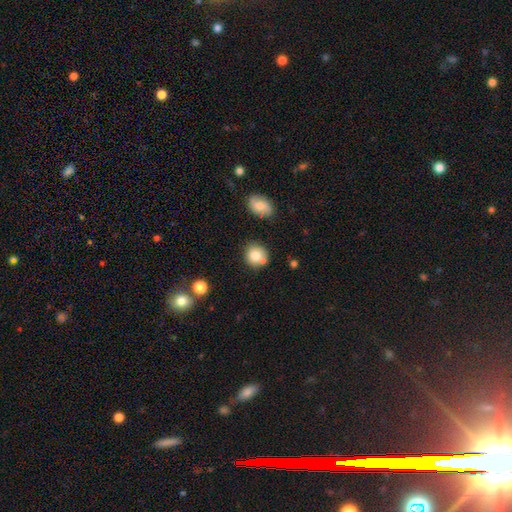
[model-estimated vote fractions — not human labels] Smooth or featured? smooth (80%)
How rounded? round (86%)
Merging? none (69%)